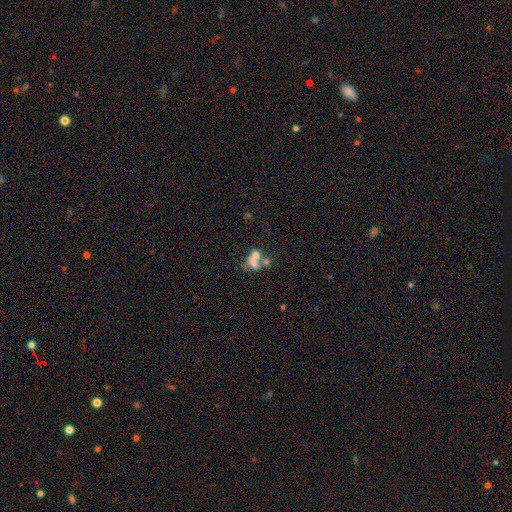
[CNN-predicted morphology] A smooth galaxy with no disk features (52%) that is in between round and cigar-shaped (62%).

Vote fractions:
- Smooth or featured? smooth: 52% / featured or disk: 32% / star or artifact: 15%
- How rounded? in between: 62% / round: 35% / cigar-shaped: 3%
- Merging? merger: 59% / none: 22% / major disturbance: 10% / minor disturbance: 8%